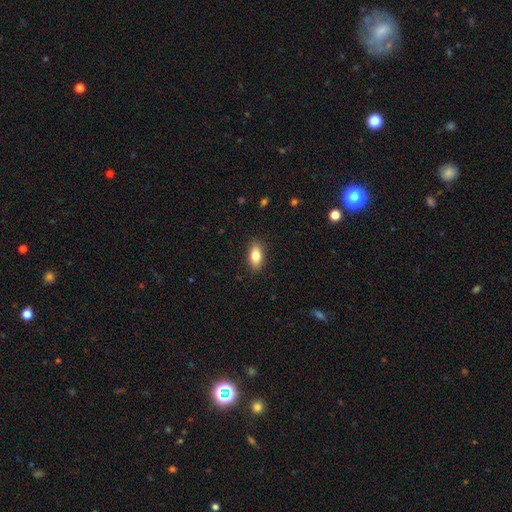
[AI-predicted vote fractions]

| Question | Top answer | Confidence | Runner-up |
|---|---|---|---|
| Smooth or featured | smooth | 80% | featured or disk (12%) |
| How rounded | in between | 87% | cigar-shaped (8%) |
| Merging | none | 89% | minor disturbance (8%) |